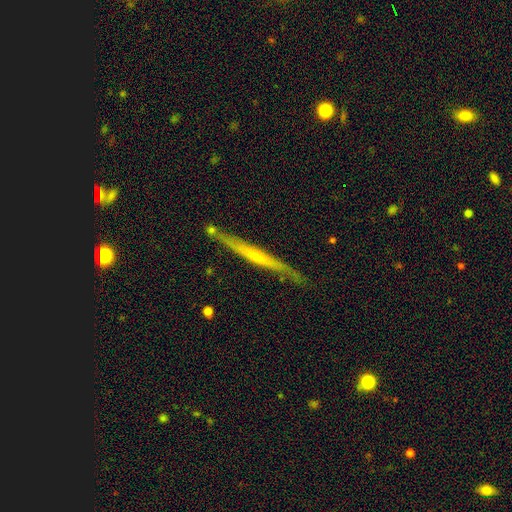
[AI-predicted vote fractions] Smooth or featured? featured or disk (66%)
Edge-on disk? yes (96%)
Edge-on bulge? none (56%)
Merging? none (80%)